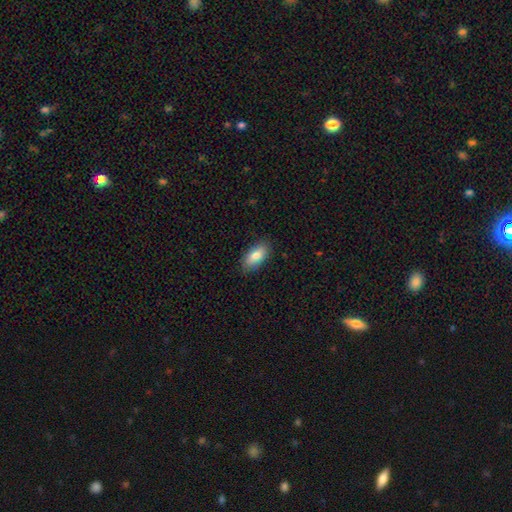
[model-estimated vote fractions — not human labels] Smooth or featured?
  - smooth: 83% *
  - featured or disk: 10%
  - star or artifact: 7%
How rounded?
  - in between: 91% *
  - cigar-shaped: 6%
  - round: 3%
Merging?
  - none: 86% *
  - minor disturbance: 11%
  - major disturbance: 2%
  - merger: 1%